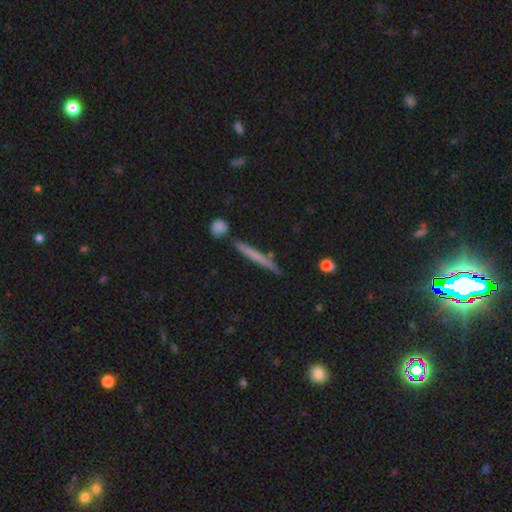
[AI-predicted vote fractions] smooth-or-featured: smooth: 54% | featured or disk: 40% | star or artifact: 6%
  how-rounded: cigar-shaped: 95% | in between: 3% | round: 2%
  merging: none: 83% | minor disturbance: 10% | merger: 5% | major disturbance: 2%